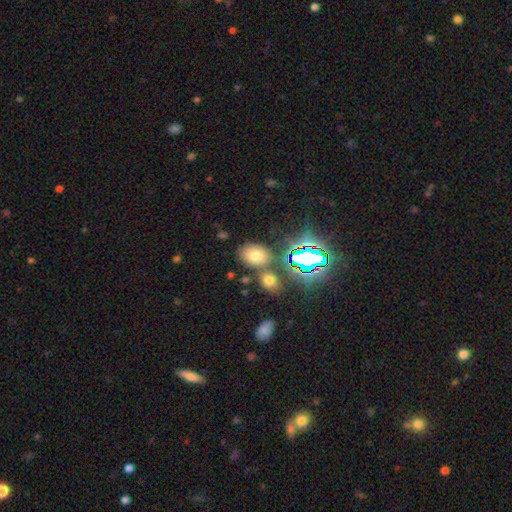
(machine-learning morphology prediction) Q: Smooth or featured?
A: smooth (64%); runner-up: star or artifact (25%)
Q: How rounded?
A: in between (74%); runner-up: round (24%)
Q: Merging?
A: none (70%); runner-up: merger (15%)